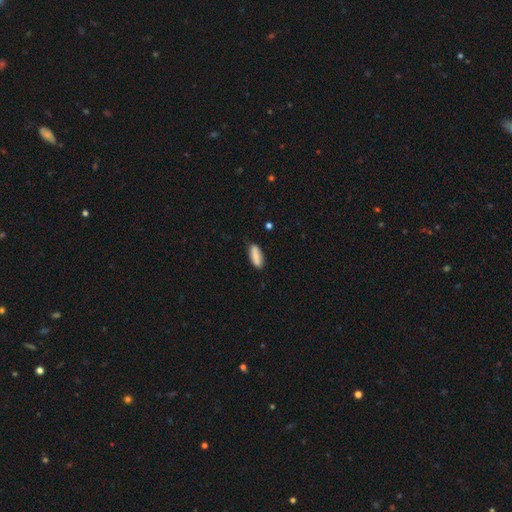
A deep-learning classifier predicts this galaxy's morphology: smooth_or_featured: smooth (p=0.86) [alt: featured or disk p=0.08]
how_rounded: in between (p=0.67) [alt: cigar-shaped p=0.31]
merging: none (p=0.83) [alt: minor disturbance p=0.13]